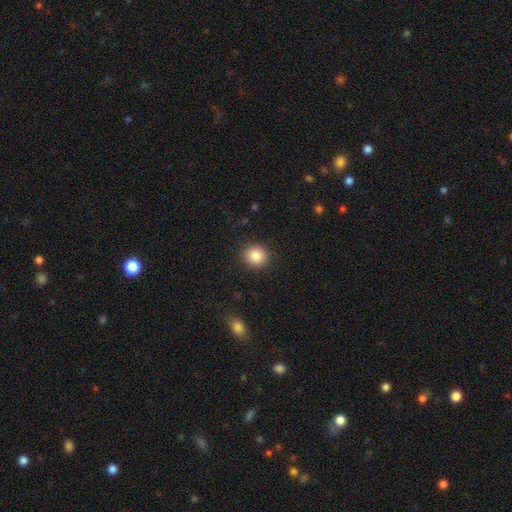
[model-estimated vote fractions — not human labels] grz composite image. It shows a smooth galaxy with no disk features (86%) that is round (90%). Merging: none (90%).